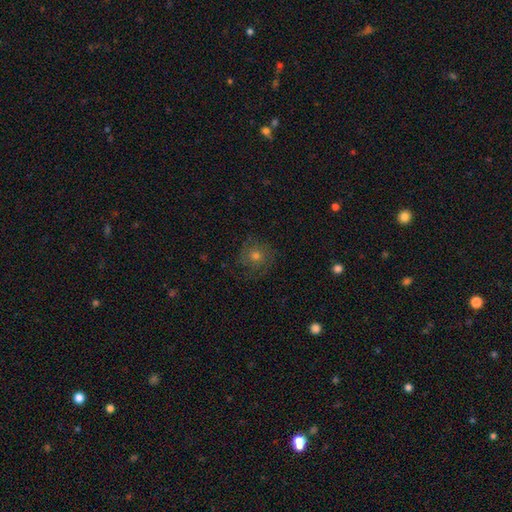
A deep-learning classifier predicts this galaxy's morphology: smooth_or_featured: smooth (p=0.50) [alt: featured or disk p=0.37]
merging: none (p=0.74) [alt: minor disturbance p=0.16]